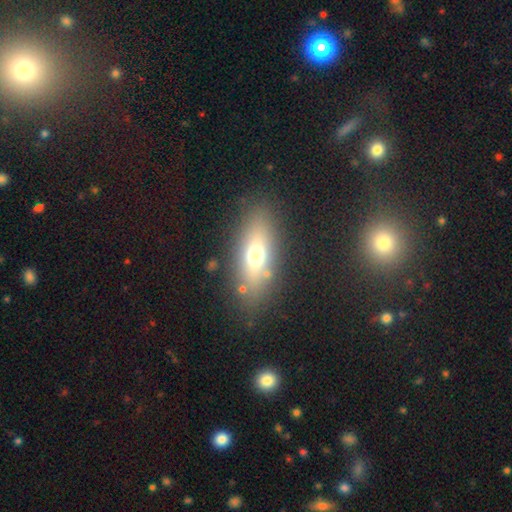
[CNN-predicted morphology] Smooth or featured: smooth — 63% (featured or disk — 24%)
How rounded: in between — 71% (cigar-shaped — 21%)
Merging: none — 82% (minor disturbance — 10%)